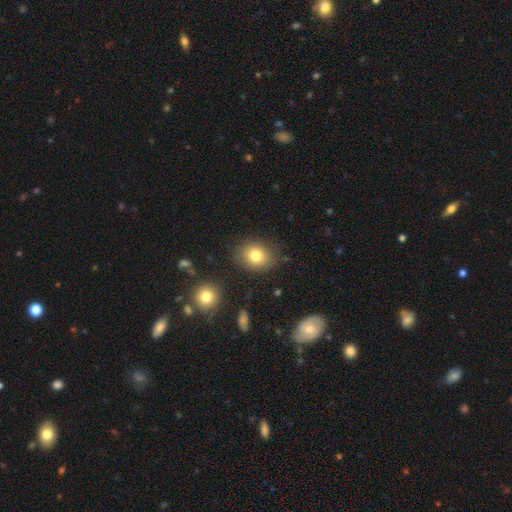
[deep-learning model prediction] Q: Smooth or featured?
A: smooth (79%); runner-up: star or artifact (11%)
Q: How rounded?
A: round (55%); runner-up: in between (44%)
Q: Merging?
A: none (80%); runner-up: minor disturbance (13%)